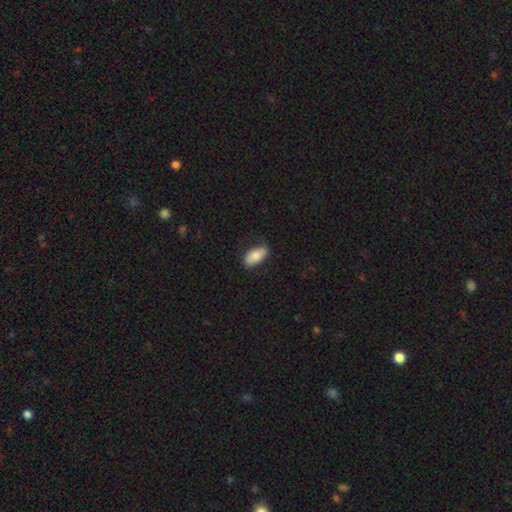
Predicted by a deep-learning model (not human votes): This appears to be a smooth galaxy with no disk features (76%) that is in between round and cigar-shaped (89%). Merging: none (76%).